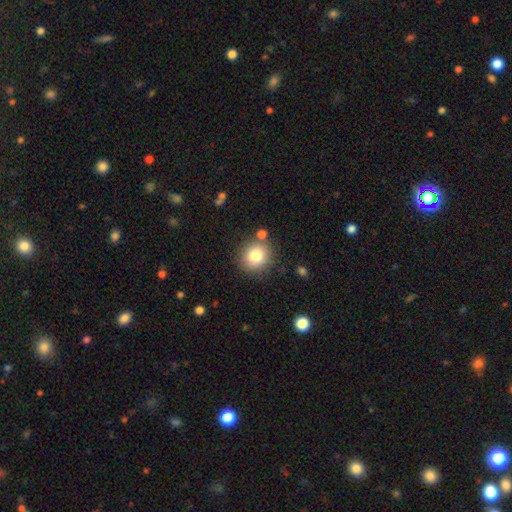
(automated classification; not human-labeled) Smooth or featured: smooth — 81% (star or artifact — 11%)
How rounded: round — 89% (in between — 10%)
Merging: none — 80% (minor disturbance — 9%)